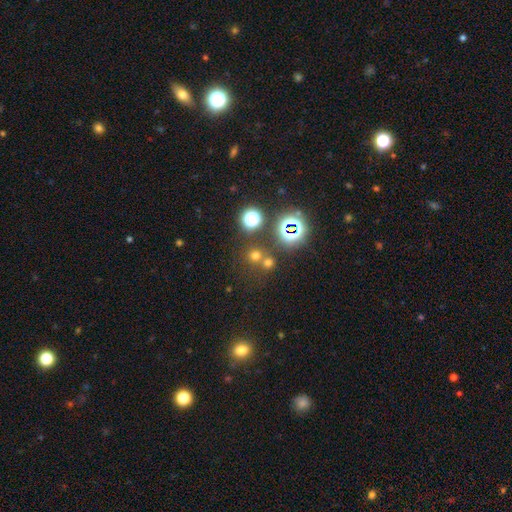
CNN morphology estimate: smooth_or_featured: smooth (p=0.56) [alt: star or artifact p=0.36]
how_rounded: round (p=0.91) [alt: in between p=0.08]
merging: none (p=0.69) [alt: merger p=0.21]